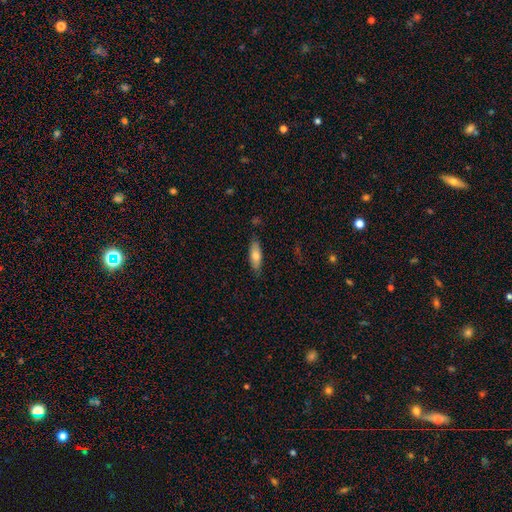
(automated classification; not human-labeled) This appears to be a smooth galaxy with no disk features (73%) that is in between round and cigar-shaped (64%). Merging: none (82%).